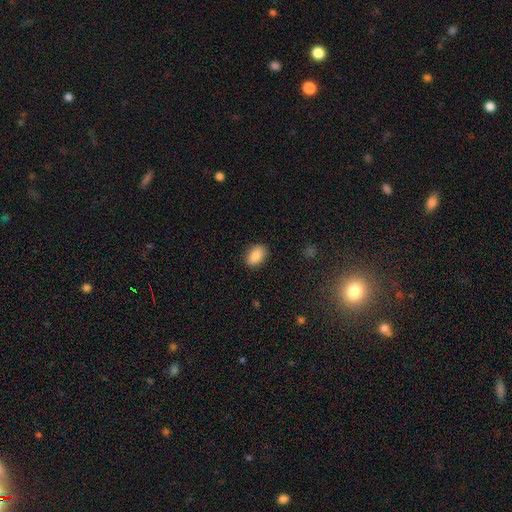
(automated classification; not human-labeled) Smooth or featured?
  - smooth: 87% *
  - star or artifact: 7%
  - featured or disk: 6%
How rounded?
  - in between: 87% *
  - round: 11%
  - cigar-shaped: 1%
Merging?
  - none: 88% *
  - minor disturbance: 9%
  - major disturbance: 2%
  - merger: 1%